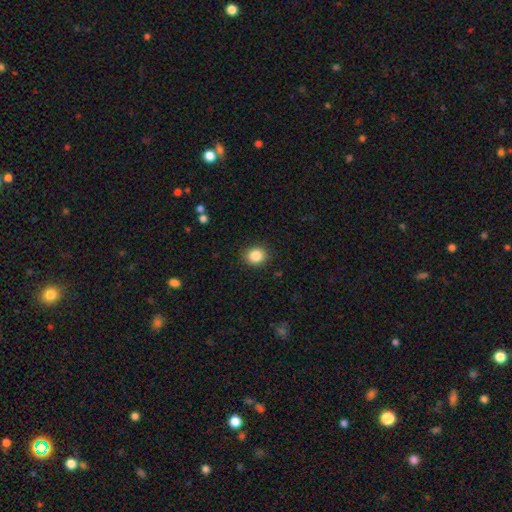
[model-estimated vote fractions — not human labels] Smooth or featured: smooth — 86% (star or artifact — 9%)
How rounded: round — 70% (in between — 30%)
Merging: none — 90% (minor disturbance — 7%)